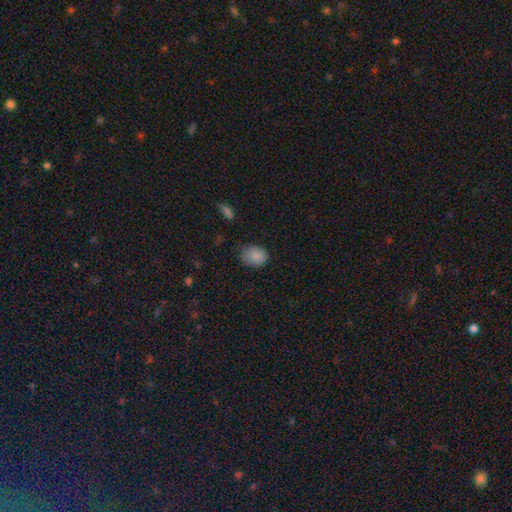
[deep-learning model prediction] Smooth or featured? Predicted: smooth (p=0.87). How rounded? Predicted: in between (p=0.58). Merging? Predicted: none (p=0.70).